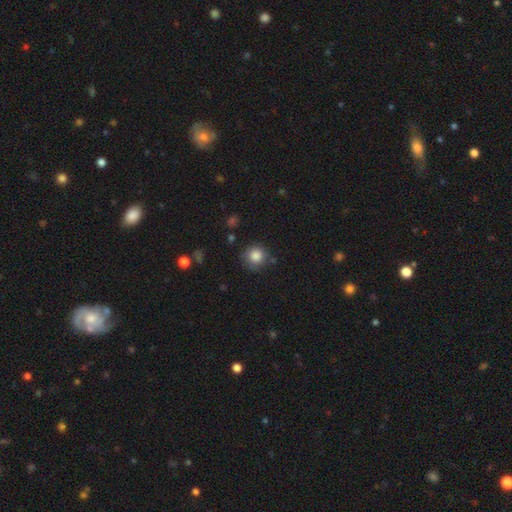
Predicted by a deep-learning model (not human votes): smooth_or_featured: smooth (p=0.85) [alt: star or artifact p=0.10]
how_rounded: round (p=0.92) [alt: in between p=0.07]
merging: none (p=0.76) [alt: minor disturbance p=0.16]